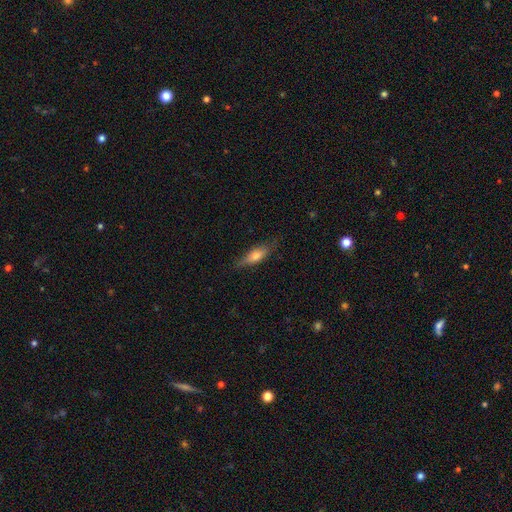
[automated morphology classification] This appears to be a smooth galaxy with no disk features (55%) that is cigar-shaped (52%). Merging: none (75%).